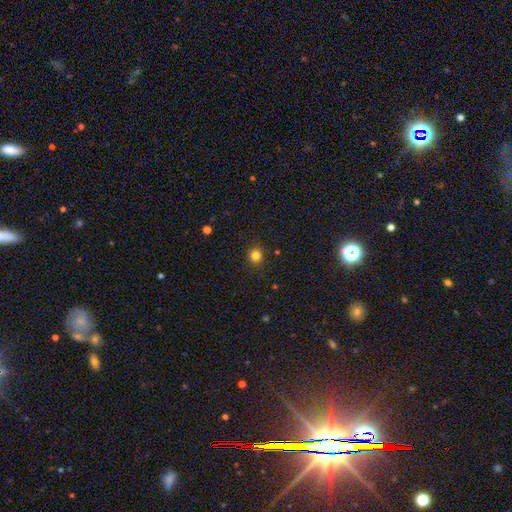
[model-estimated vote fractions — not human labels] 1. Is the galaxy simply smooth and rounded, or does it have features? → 81% smooth, 14% star or artifact, 5% featured or disk.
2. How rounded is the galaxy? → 91% round, 8% in between, 1% cigar-shaped.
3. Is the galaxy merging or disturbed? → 91% none, 6% minor disturbance, 2% major disturbance, 1% merger.